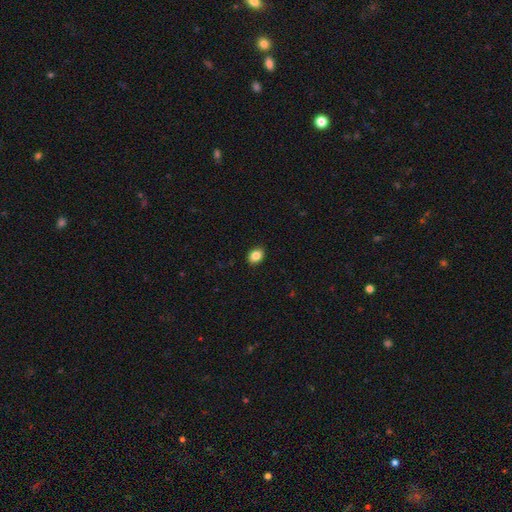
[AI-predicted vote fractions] This is clearly a smooth galaxy (86%). How rounded: likely in between (62%). Merging: clearly none (90%).